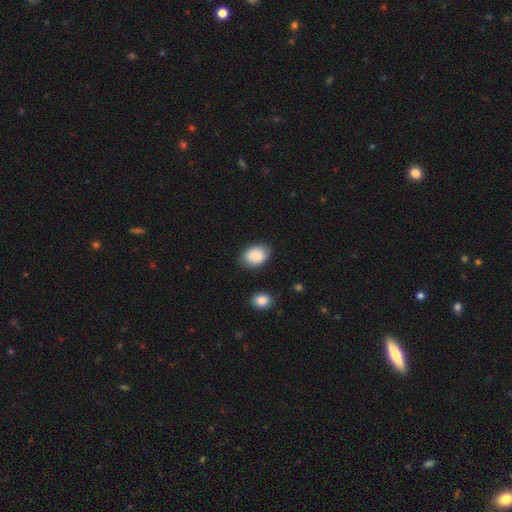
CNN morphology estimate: The model was most divided on "how rounded": in between: 72%, round: 27%, cigar-shaped: 1%. More confident: smooth or featured — smooth (88%); merging — none (82%).